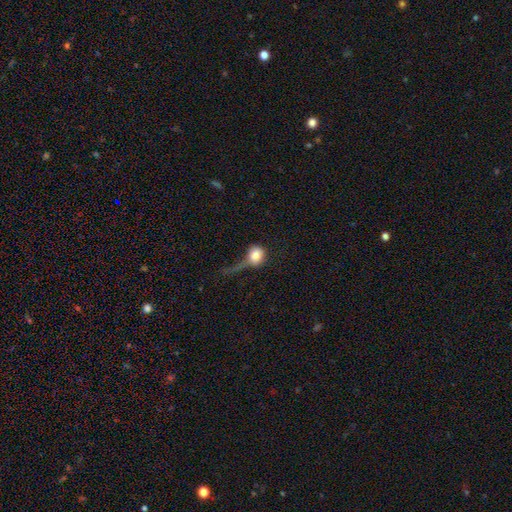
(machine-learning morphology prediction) type=smooth (77%); roundness=round (69%); merging=major disturbance (49%).